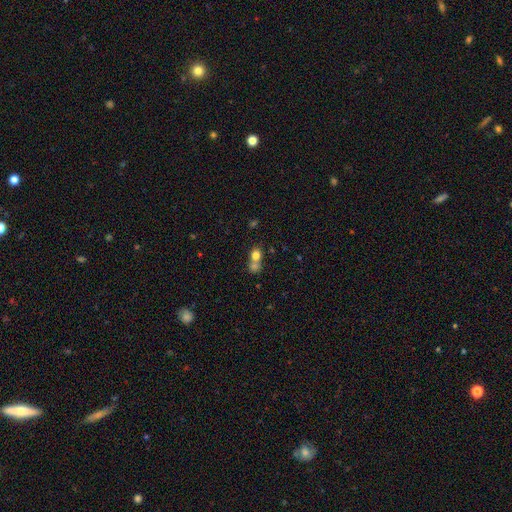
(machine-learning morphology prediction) Smooth or featured? smooth (75%)
How rounded? round (70%)
Merging? merger (57%)